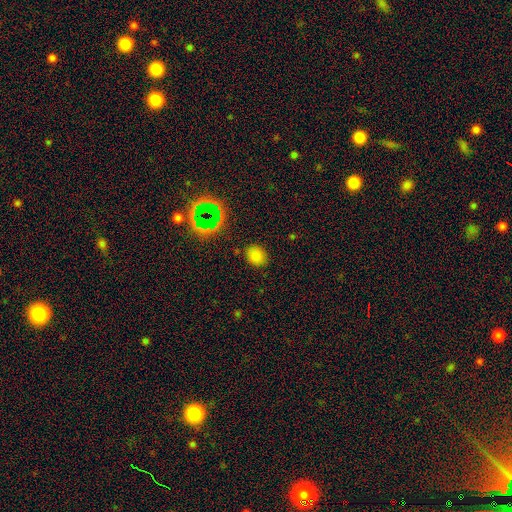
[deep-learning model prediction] A smooth galaxy with no disk features (78%) that is round (64%). Merging: none (85%).